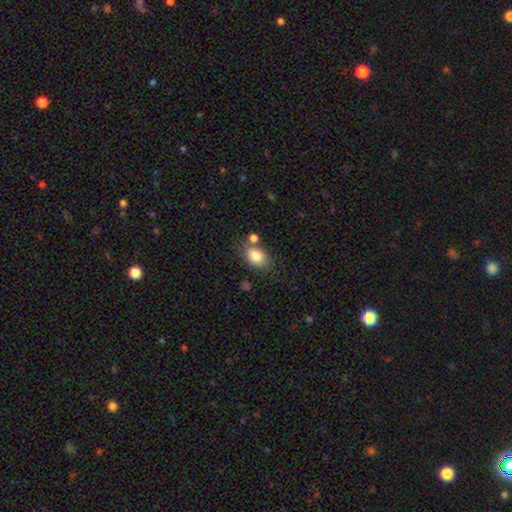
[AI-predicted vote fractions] Smooth or featured? Predicted: smooth (p=0.84). How rounded? Predicted: in between (p=0.79). Merging? Predicted: none (p=0.66).